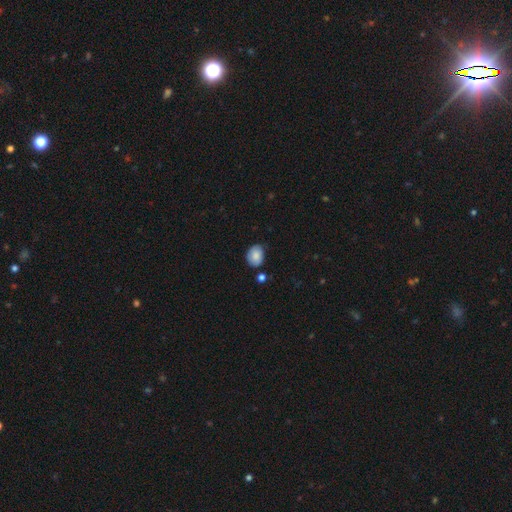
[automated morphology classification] A smooth galaxy with no disk features (82%) that is in between round and cigar-shaped (58%).

Vote fractions:
- Smooth or featured? smooth: 82% / featured or disk: 10% / star or artifact: 8%
- How rounded? in between: 58% / round: 41% / cigar-shaped: 1%
- Merging? none: 70% / minor disturbance: 22% / merger: 4% / major disturbance: 4%